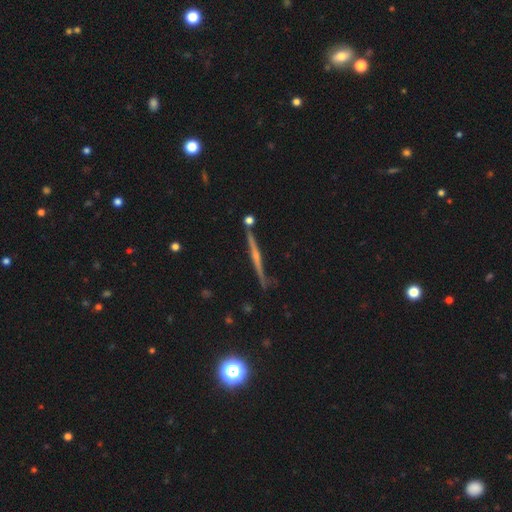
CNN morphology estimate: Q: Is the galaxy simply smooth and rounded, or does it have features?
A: featured or disk — 76%.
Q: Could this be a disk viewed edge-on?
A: yes — 97%.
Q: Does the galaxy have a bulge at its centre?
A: rounded — 57%.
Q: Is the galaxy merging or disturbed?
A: none — 82%.